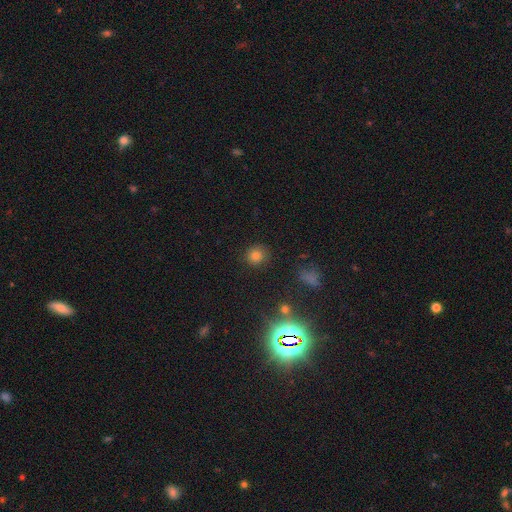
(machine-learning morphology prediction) smooth_or_featured: smooth (p=0.77) [alt: star or artifact p=0.17]
how_rounded: round (p=0.90) [alt: in between p=0.09]
merging: none (p=0.88) [alt: minor disturbance p=0.07]